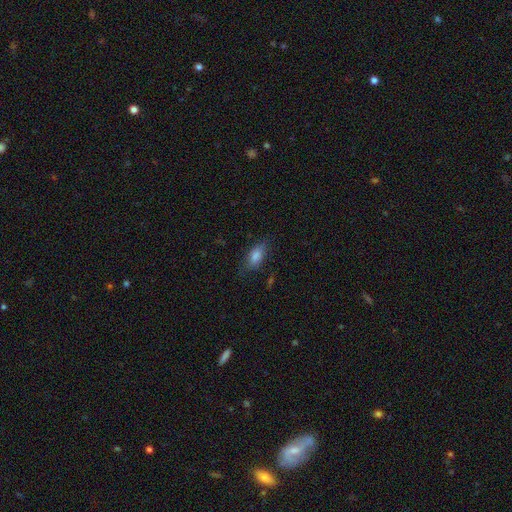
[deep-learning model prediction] This appears to be a smooth galaxy with no disk features (75%) that is in between round and cigar-shaped (80%). Merging: none (75%).